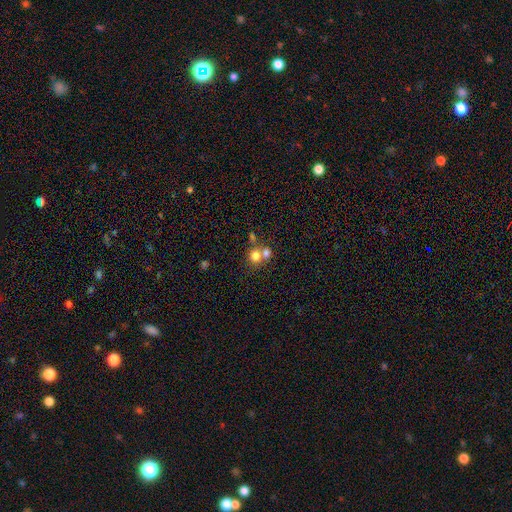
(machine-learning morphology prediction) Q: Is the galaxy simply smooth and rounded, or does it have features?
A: smooth — 75%.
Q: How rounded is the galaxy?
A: round — 79%.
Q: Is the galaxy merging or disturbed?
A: merger — 50%.